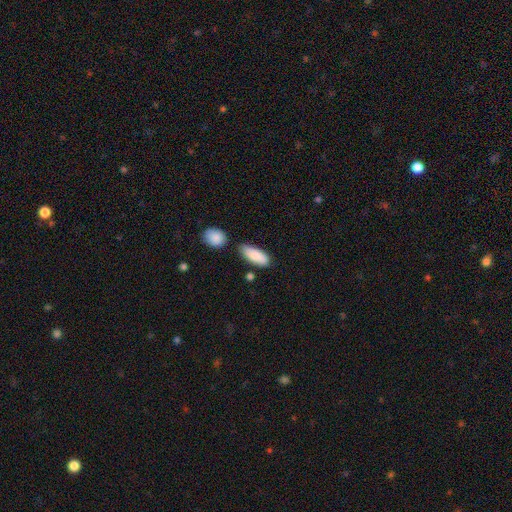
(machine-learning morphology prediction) A smooth galaxy with no disk features (85%) that is in between round and cigar-shaped (80%).

Vote fractions:
- Smooth or featured? smooth: 85% / featured or disk: 9% / star or artifact: 6%
- How rounded? in between: 80% / cigar-shaped: 18% / round: 2%
- Merging? none: 68% / minor disturbance: 18% / merger: 11% / major disturbance: 4%